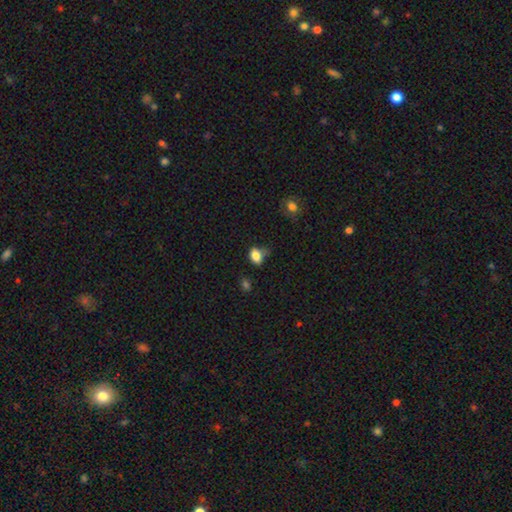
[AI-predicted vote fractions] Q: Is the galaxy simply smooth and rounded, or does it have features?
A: smooth — 82%.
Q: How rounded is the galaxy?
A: in between — 74%.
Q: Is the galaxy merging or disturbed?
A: none — 46%.